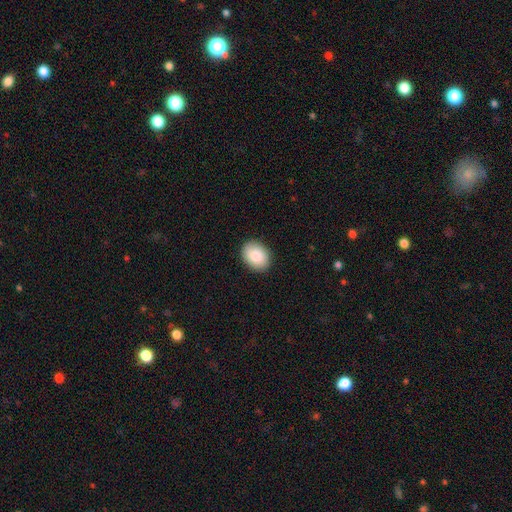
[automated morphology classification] Overall: smooth (86%). How rounded: in between (67%; round 32%). Merging: none (89%).